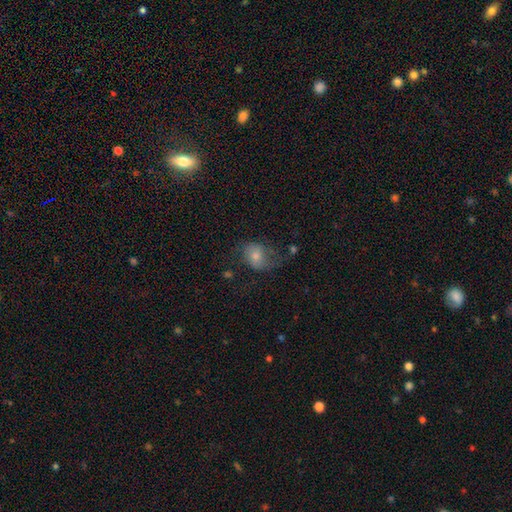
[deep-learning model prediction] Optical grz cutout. It shows a smooth galaxy with no disk features (56%) that is in between round and cigar-shaped (51%). Merging: none (47%).